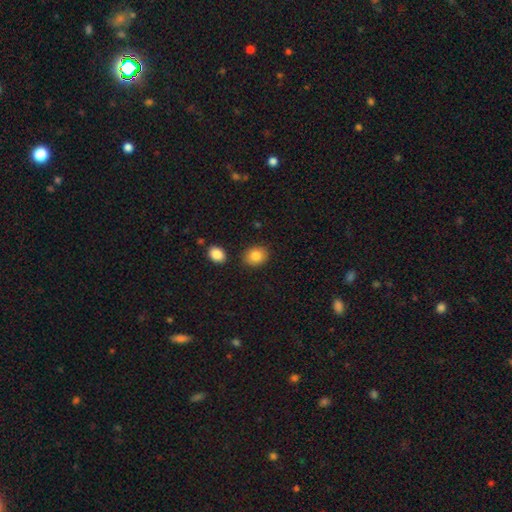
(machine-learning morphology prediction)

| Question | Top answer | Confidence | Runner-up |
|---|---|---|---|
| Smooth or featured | smooth | 84% | star or artifact (8%) |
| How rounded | in between | 54% | round (45%) |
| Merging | none | 84% | minor disturbance (10%) |